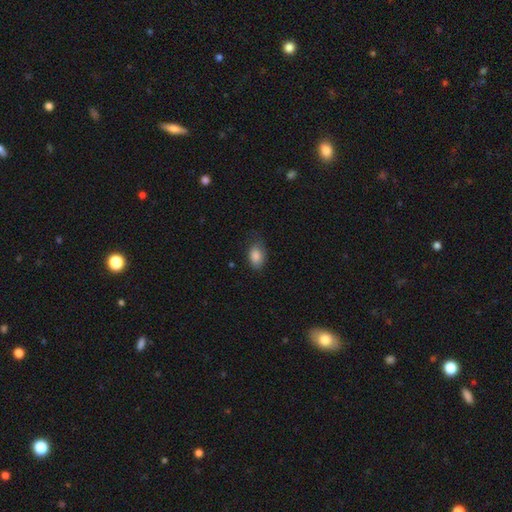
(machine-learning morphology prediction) Smooth or featured? smooth (85%)
How rounded? in between (88%)
Merging? none (63%)